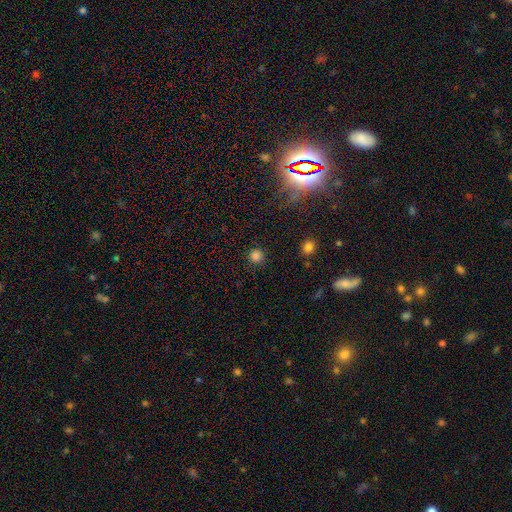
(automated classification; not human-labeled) Smooth or featured: smooth — 82% (star or artifact — 15%)
How rounded: round — 95% (in between — 4%)
Merging: none — 90% (minor disturbance — 6%)